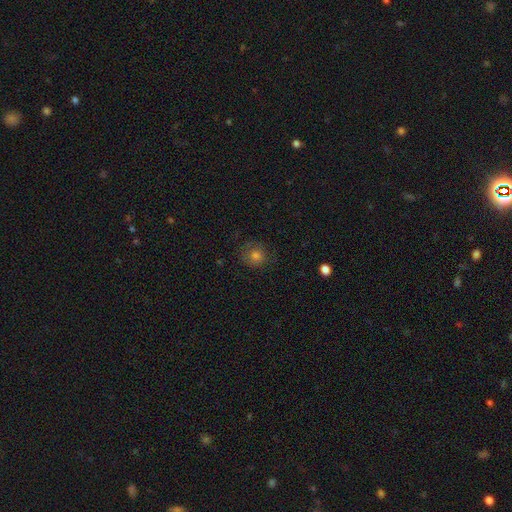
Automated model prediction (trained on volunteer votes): Overall: smooth (71%). How rounded: round (87%). Merging: none (75%).